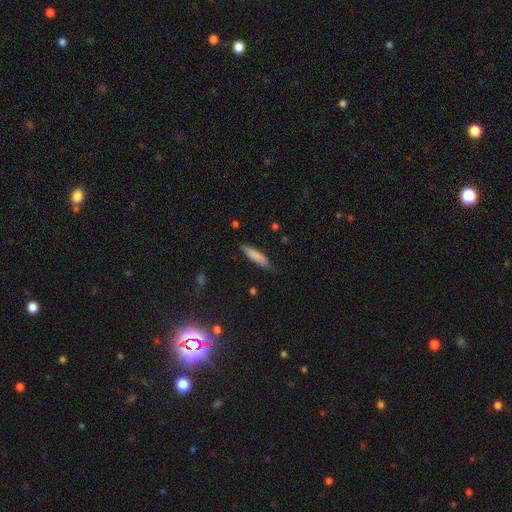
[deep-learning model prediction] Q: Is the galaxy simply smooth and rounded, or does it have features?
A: smooth — 79%.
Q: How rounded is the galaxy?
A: cigar-shaped — 74%.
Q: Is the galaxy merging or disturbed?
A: none — 67%.